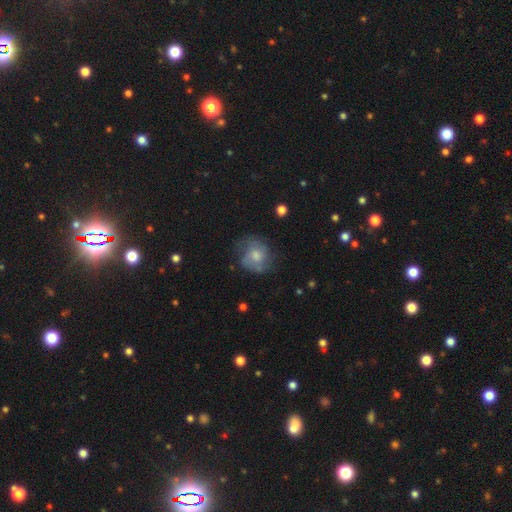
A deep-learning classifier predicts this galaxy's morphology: smooth-or-featured: smooth: 50% | featured or disk: 41% | star or artifact: 8%
  how-rounded: round: 70% | in between: 29% | cigar-shaped: 1%
  merging: none: 52% | minor disturbance: 27% | major disturbance: 18% | merger: 2%